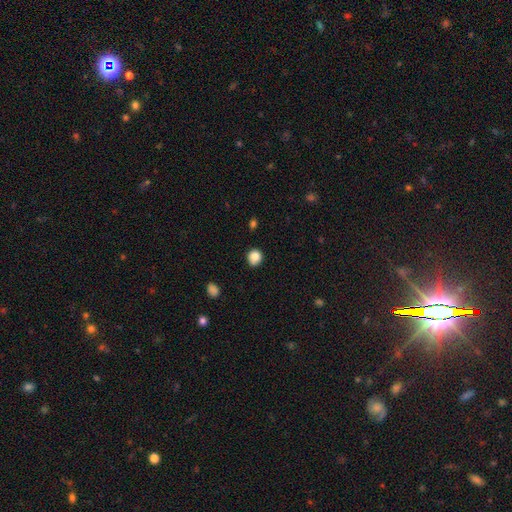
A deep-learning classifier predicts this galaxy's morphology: This appears to be a smooth galaxy with no disk features (85%) that is round (84%). Merging: none (79%).